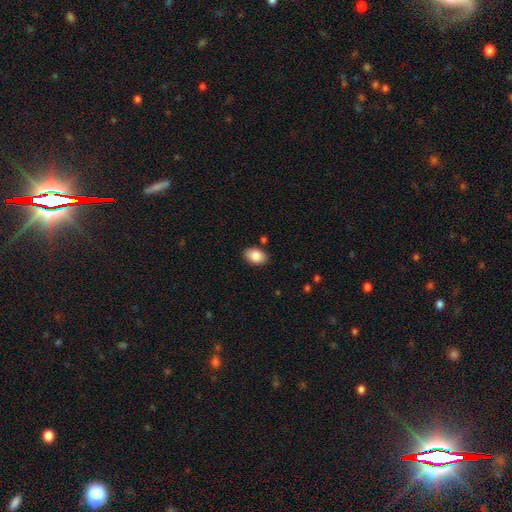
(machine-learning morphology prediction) This appears to be a smooth galaxy with no disk features (86%) that is in between round and cigar-shaped (85%). Merging: none (84%).